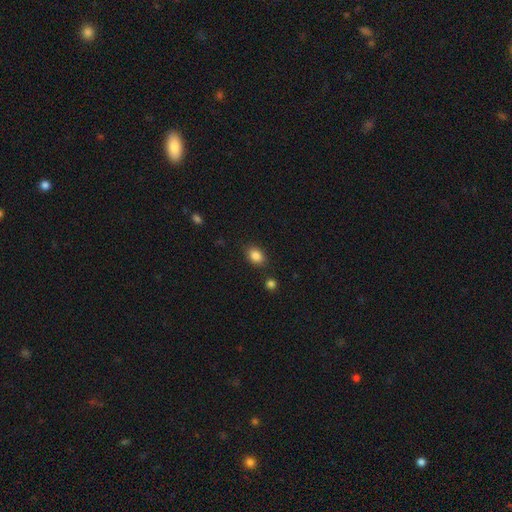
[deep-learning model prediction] Smooth or featured?
  - smooth: 85% *
  - star or artifact: 10%
  - featured or disk: 5%
How rounded?
  - in between: 71% *
  - round: 28%
  - cigar-shaped: 1%
Merging?
  - none: 84% *
  - minor disturbance: 10%
  - merger: 3%
  - major disturbance: 3%